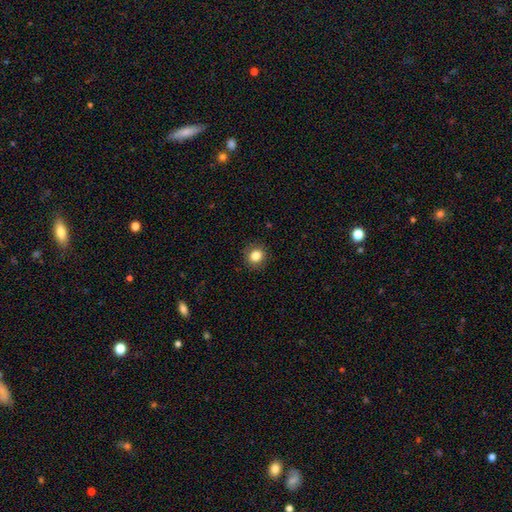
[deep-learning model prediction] smooth 84%, star or artifact 10%, featured or disk 6%. Down the decision tree: how rounded — round (86%); merging — none (90%).